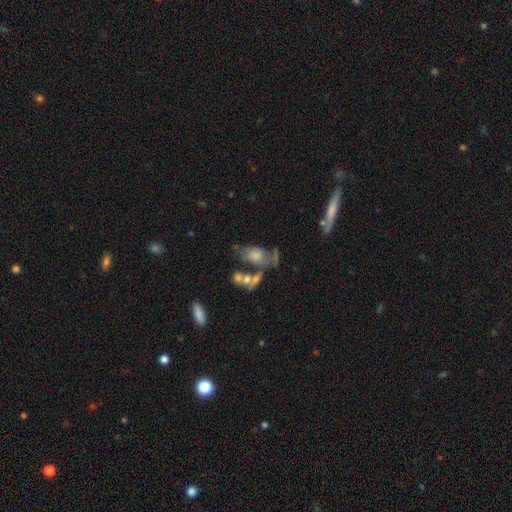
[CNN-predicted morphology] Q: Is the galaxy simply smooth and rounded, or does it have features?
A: smooth — 52%.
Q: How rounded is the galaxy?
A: in between — 88%.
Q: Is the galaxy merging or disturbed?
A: none — 28%.